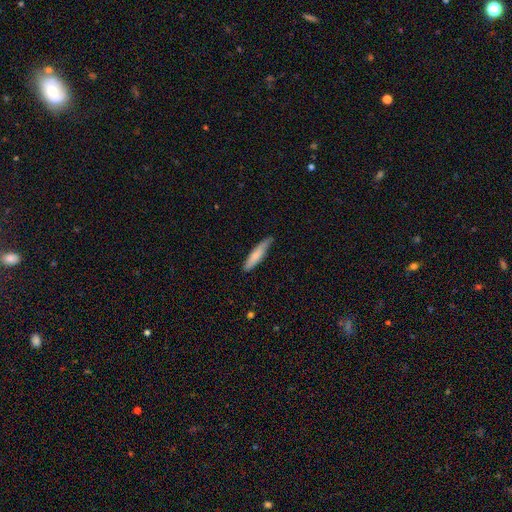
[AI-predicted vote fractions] Smooth or featured? smooth (75%)
How rounded? cigar-shaped (83%)
Merging? none (72%)